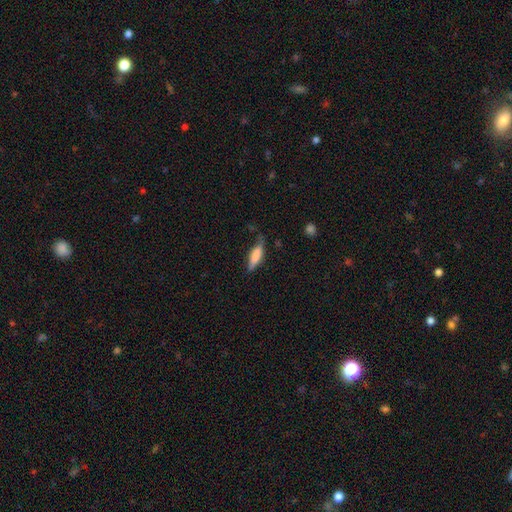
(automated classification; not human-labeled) Smooth or featured? Predicted: smooth (p=0.68). How rounded? Predicted: cigar-shaped (p=0.50). Merging? Predicted: none (p=0.54).